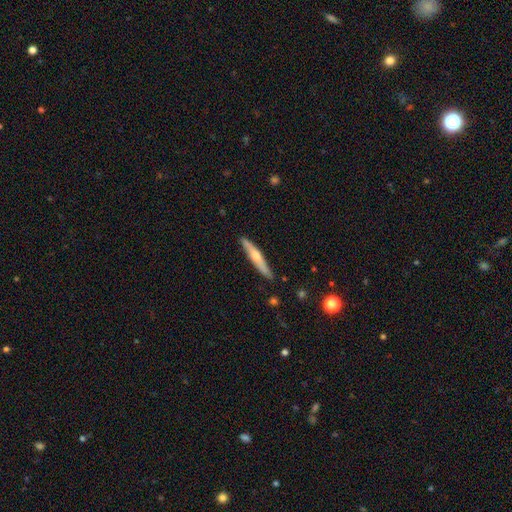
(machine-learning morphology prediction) This is possibly a featured or disk galaxy (54%). It is clearly viewed edge-on (94%). Edge-on bulge: clearly rounded (83%). Merging: clearly none (88%).